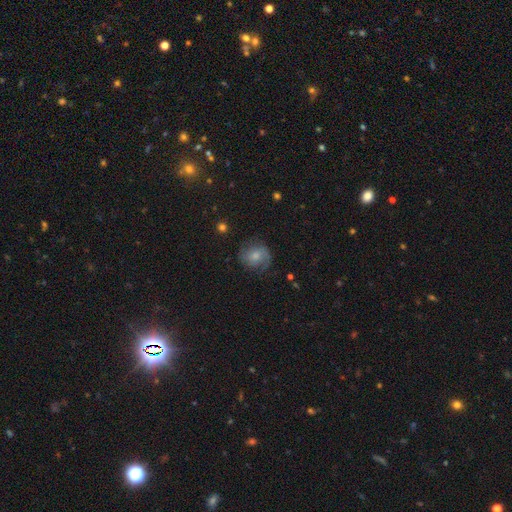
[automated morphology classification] Overall: featured or disk (56%; smooth 35%). Edge-on disk: no (97%). Bar: no (68%). Spiral arms: yes (88%). Bulge size: moderate (47%; small 37%). Merging: none (68%).